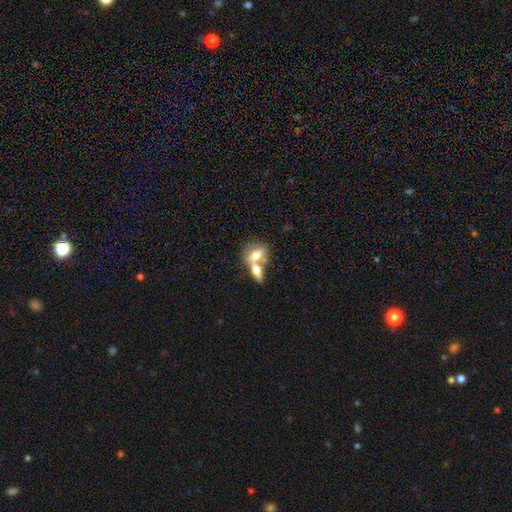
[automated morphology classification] This appears to be a smooth galaxy with no disk features (65%) that is in between round and cigar-shaped (74%). Merging: merger (67%).